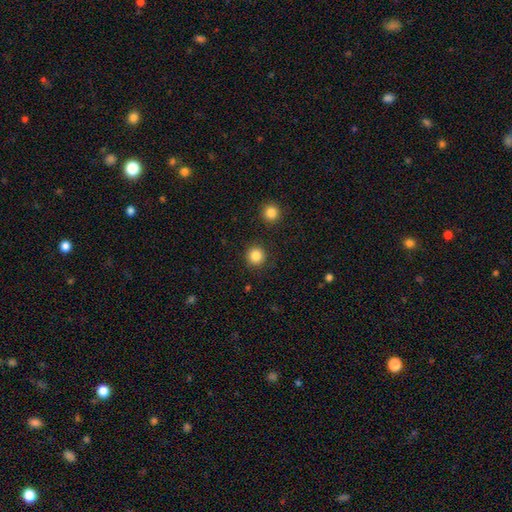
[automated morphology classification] Smooth or featured: smooth — 84% (star or artifact — 11%)
How rounded: round — 95% (in between — 5%)
Merging: none — 90% (minor disturbance — 6%)